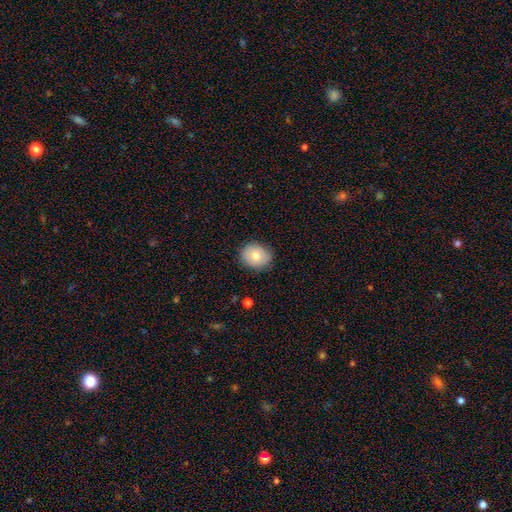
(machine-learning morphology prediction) Smooth or featured: smooth — 76% (featured or disk — 16%)
How rounded: round — 61% (in between — 38%)
Merging: none — 85% (minor disturbance — 12%)